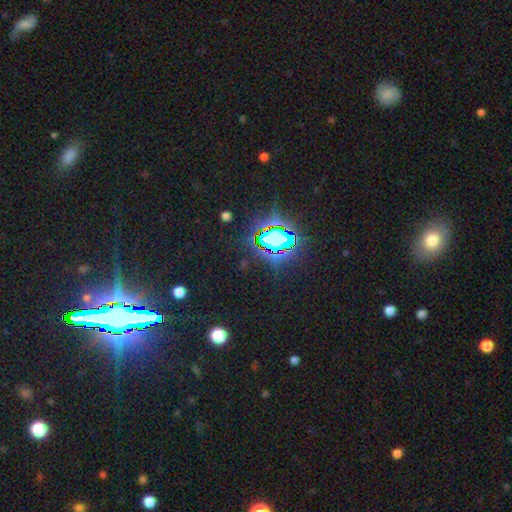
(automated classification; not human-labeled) star or artifact 84%, smooth 9%, featured or disk 8%.